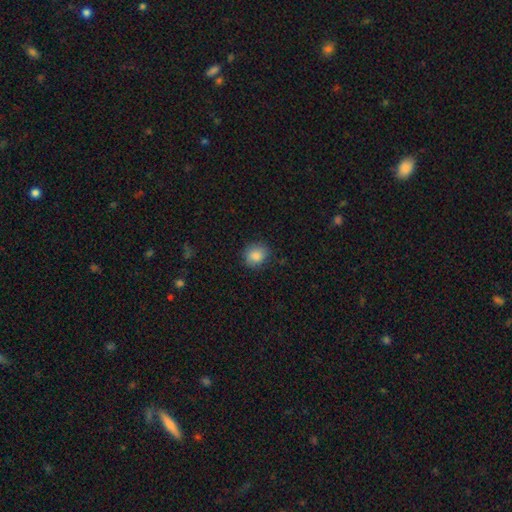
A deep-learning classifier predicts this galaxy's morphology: Smooth or featured?
  - smooth: 87% *
  - star or artifact: 9%
  - featured or disk: 5%
How rounded?
  - round: 78% *
  - in between: 21%
  - cigar-shaped: 1%
Merging?
  - none: 84% *
  - minor disturbance: 12%
  - major disturbance: 3%
  - merger: 1%